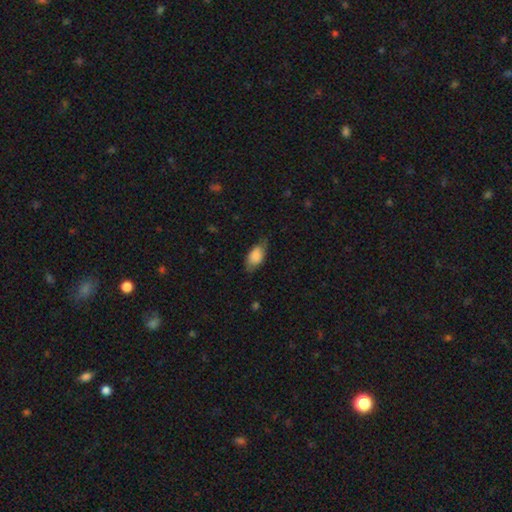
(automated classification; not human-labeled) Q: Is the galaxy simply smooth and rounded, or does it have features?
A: smooth — 79%.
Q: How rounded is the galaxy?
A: in between — 91%.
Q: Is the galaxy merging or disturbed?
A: none — 65%.